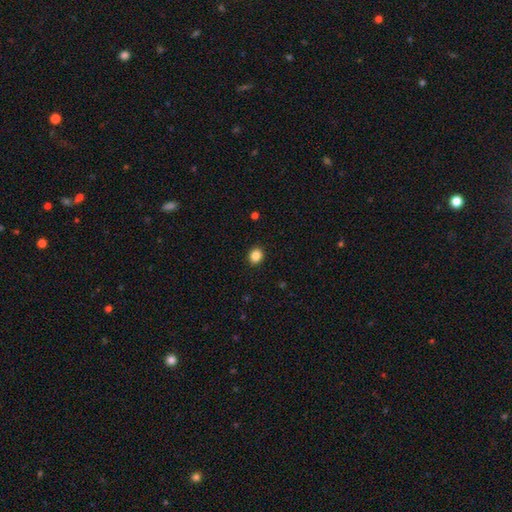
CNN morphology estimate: A smooth galaxy with no disk features (85%) that is round (81%).

Vote fractions:
- Smooth or featured? smooth: 85% / star or artifact: 11% / featured or disk: 4%
- How rounded? round: 81% / in between: 18% / cigar-shaped: 1%
- Merging? none: 92% / minor disturbance: 5% / major disturbance: 2% / merger: 1%